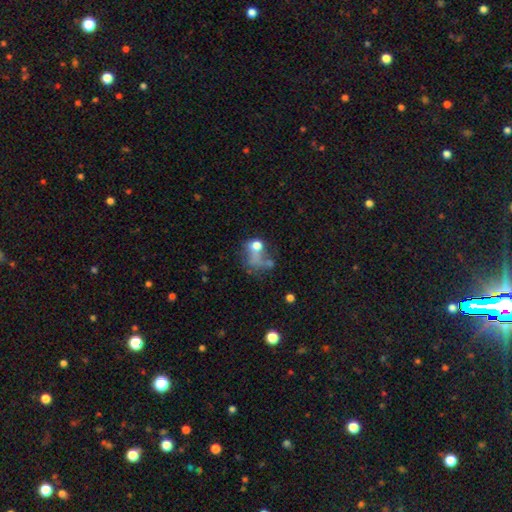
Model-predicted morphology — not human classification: type=smooth (50%); roundness=round (50%); merging=major disturbance (38%).